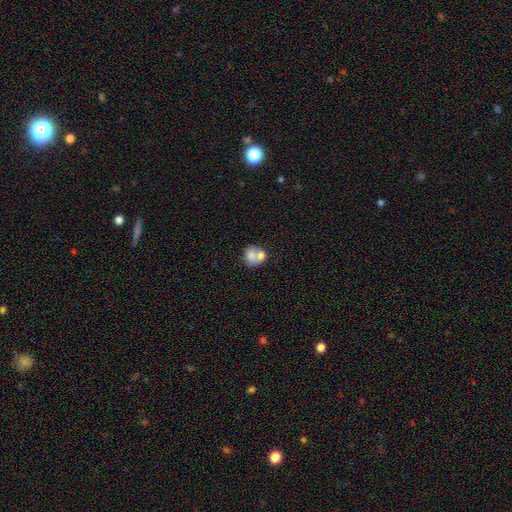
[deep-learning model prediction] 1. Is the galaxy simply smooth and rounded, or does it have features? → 72% smooth, 20% featured or disk, 9% star or artifact.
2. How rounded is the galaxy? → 71% round, 28% in between, 1% cigar-shaped.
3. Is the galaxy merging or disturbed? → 50% merger, 35% none, 10% minor disturbance, 5% major disturbance.